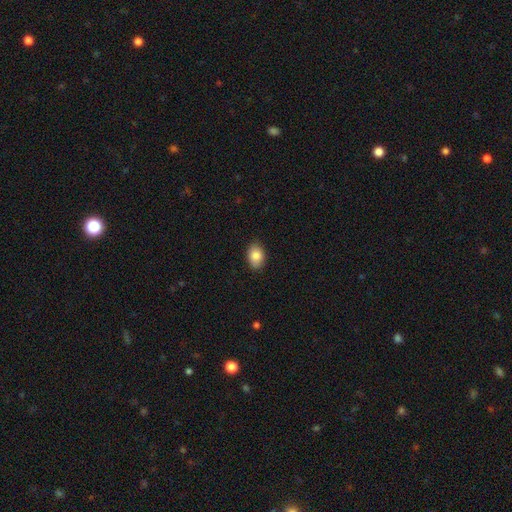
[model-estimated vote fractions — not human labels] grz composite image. It shows a smooth galaxy with no disk features (86%) that is in between round and cigar-shaped (82%). Merging: none (87%).